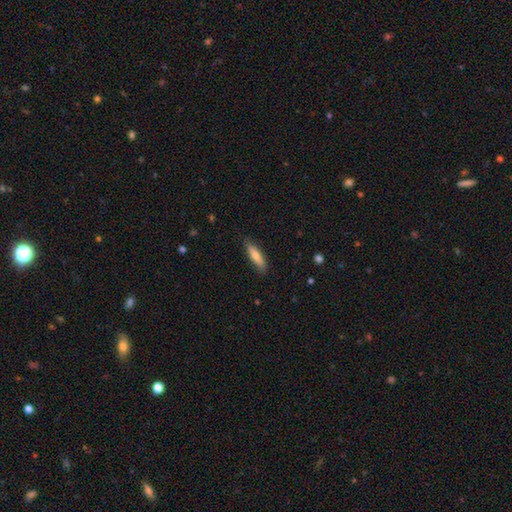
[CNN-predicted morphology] A smooth galaxy with no disk features (72%) that is cigar-shaped (65%).

Vote fractions:
- Smooth or featured? smooth: 72% / featured or disk: 22% / star or artifact: 6%
- How rounded? cigar-shaped: 65% / in between: 33% / round: 2%
- Merging? none: 83% / minor disturbance: 13% / major disturbance: 2% / merger: 1%